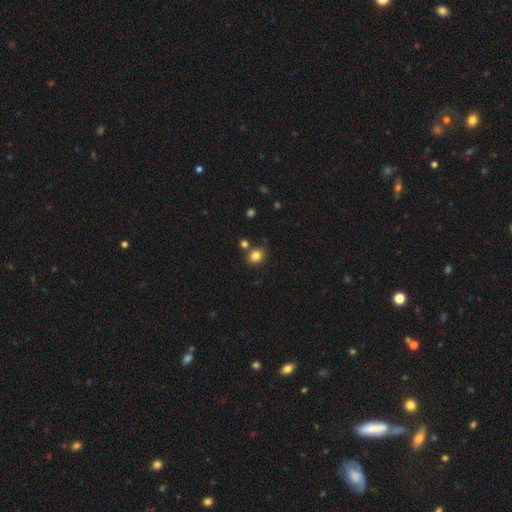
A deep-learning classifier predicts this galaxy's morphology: Smooth or featured? smooth (82%)
How rounded? round (63%)
Merging? none (79%)